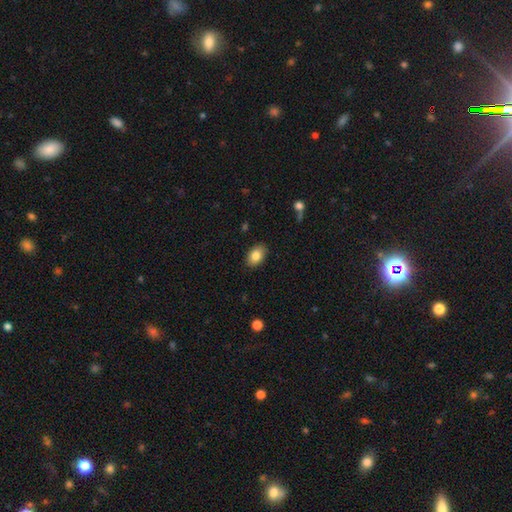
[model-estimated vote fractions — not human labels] Smooth or featured? Predicted: smooth (p=0.83). How rounded? Predicted: in between (p=0.88). Merging? Predicted: none (p=0.87).